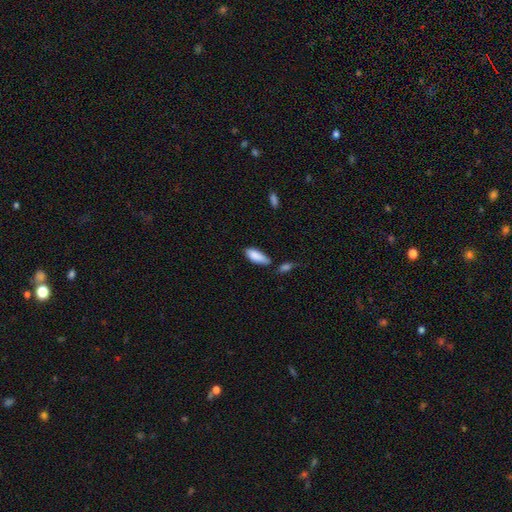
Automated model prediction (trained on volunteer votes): This appears to be a smooth galaxy with no disk features (88%) that is in between round and cigar-shaped (80%). Merging: none (60%).